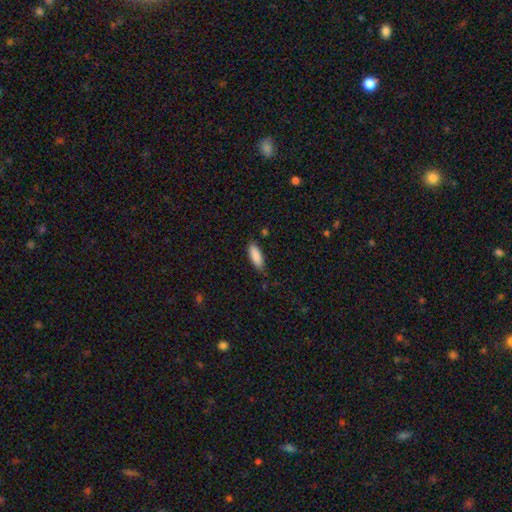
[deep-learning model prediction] Smooth or featured: smooth — 88% (star or artifact — 6%)
How rounded: in between — 61% (cigar-shaped — 38%)
Merging: none — 80% (minor disturbance — 16%)